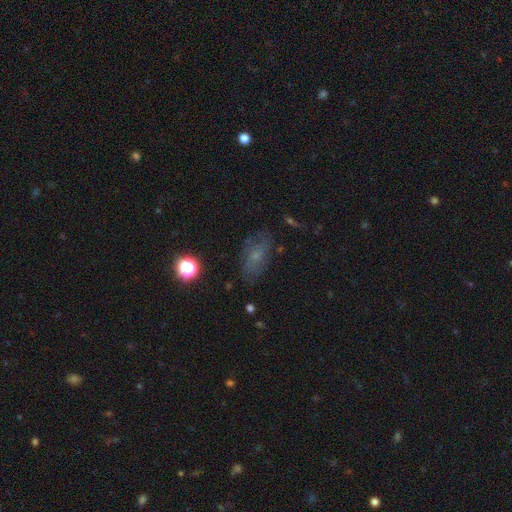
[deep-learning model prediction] Q: Smooth or featured?
A: smooth (45%); runner-up: featured or disk (36%)
Q: Merging?
A: none (68%); runner-up: minor disturbance (20%)